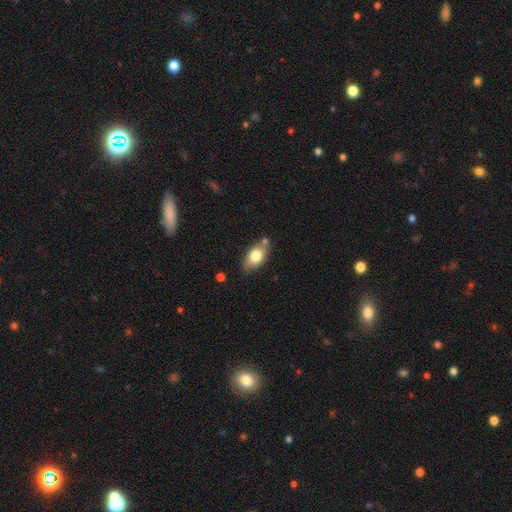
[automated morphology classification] smooth 77%, featured or disk 16%, star or artifact 7%. Down the decision tree: how rounded — in between (89%); merging — none (68%).